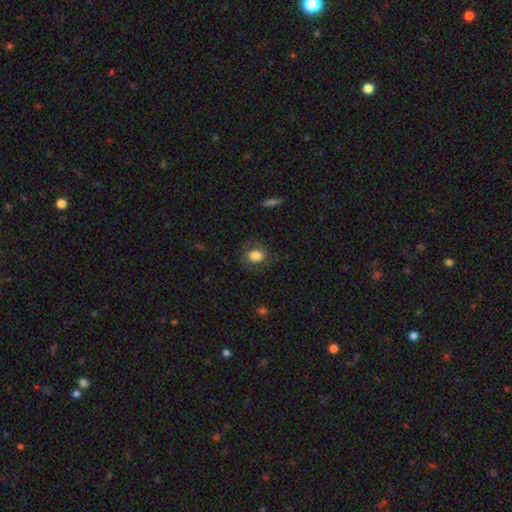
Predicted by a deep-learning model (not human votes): Q: Smooth or featured?
A: smooth (76%); runner-up: featured or disk (16%)
Q: How rounded?
A: in between (56%); runner-up: round (43%)
Q: Merging?
A: none (73%); runner-up: minor disturbance (16%)